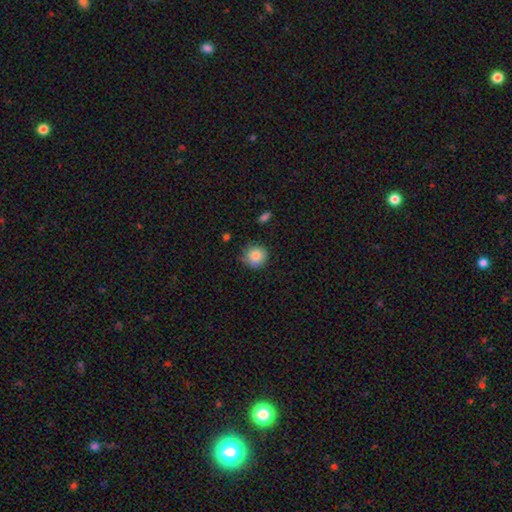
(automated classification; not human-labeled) Morphology: type=smooth (84%); roundness=round (92%); merging=none (82%).